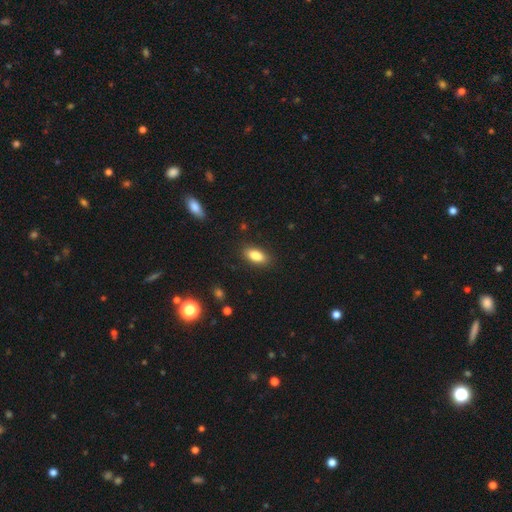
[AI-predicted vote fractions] This is clearly a smooth galaxy (86%). How rounded: clearly in between (87%). Merging: clearly none (87%).